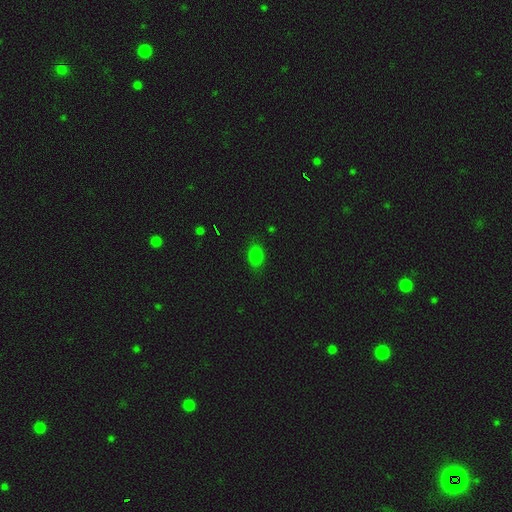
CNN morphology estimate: smooth 80%, star or artifact 15%, featured or disk 5%. Down the decision tree: how rounded — in between (70%); merging — none (81%).